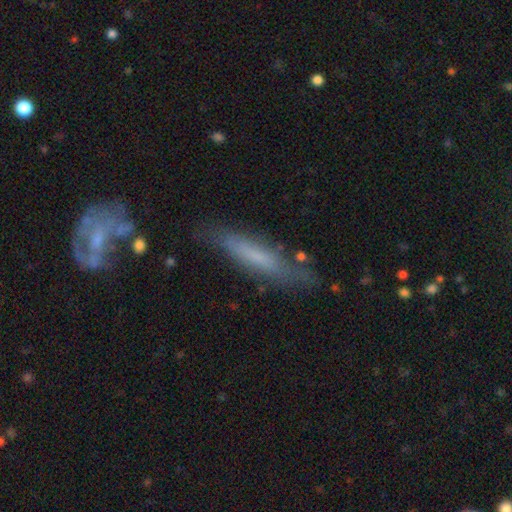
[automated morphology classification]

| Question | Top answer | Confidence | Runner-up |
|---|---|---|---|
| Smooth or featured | smooth | 55% | featured or disk (37%) |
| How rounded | cigar-shaped | 86% | in between (13%) |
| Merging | none | 73% | minor disturbance (18%) |